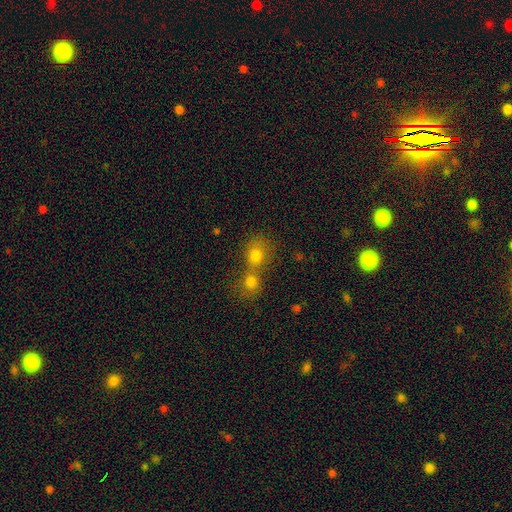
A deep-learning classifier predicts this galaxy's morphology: The model was most divided on "merging": merger: 60%, none: 31%, minor disturbance: 6%, major disturbance: 3%. More confident: smooth or featured — smooth (75%); how rounded — round (75%).